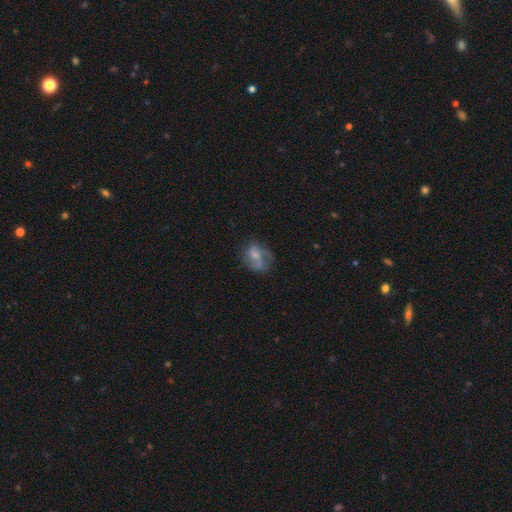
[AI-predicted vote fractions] Overall: featured or disk (51%; smooth 40%). Edge-on disk: no (97%). Merging: none (53%; minor disturbance 25%).